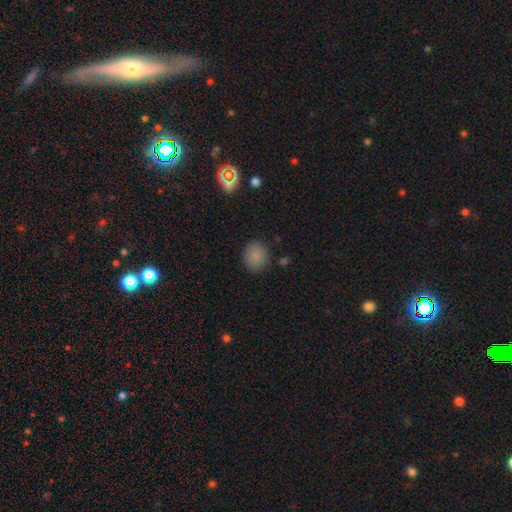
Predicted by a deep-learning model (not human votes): smooth_or_featured: smooth (p=0.86) [alt: star or artifact p=0.10]
how_rounded: round (p=0.73) [alt: in between p=0.26]
merging: none (p=0.84) [alt: minor disturbance p=0.11]